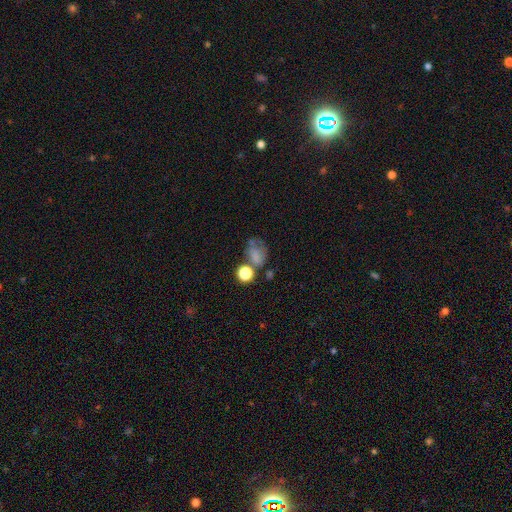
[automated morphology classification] This is likely a smooth galaxy (66%). How rounded: possibly in between (54%). Merging: marginally none (35%).